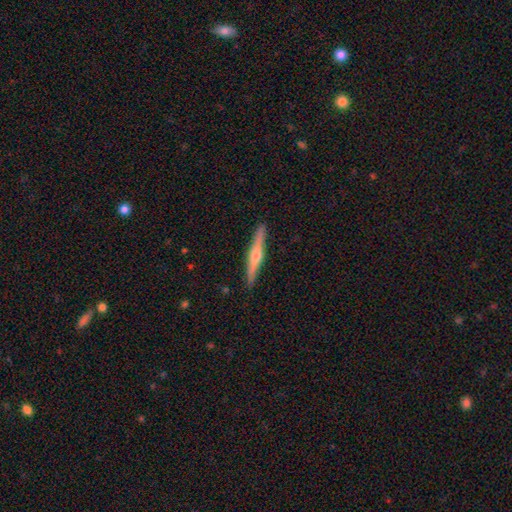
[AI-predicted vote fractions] A featured or disk galaxy (69%) viewed edge-on (98%) with a rounded central bulge (90%). Merging: none (91%).